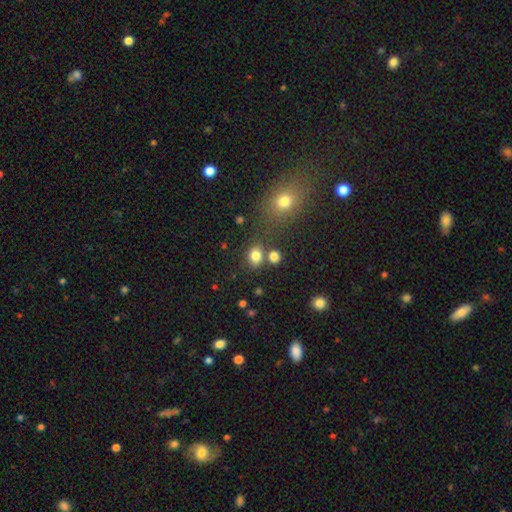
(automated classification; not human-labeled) This is likely a smooth galaxy (80%). How rounded: possibly round (56%). Merging: likely none (68%).